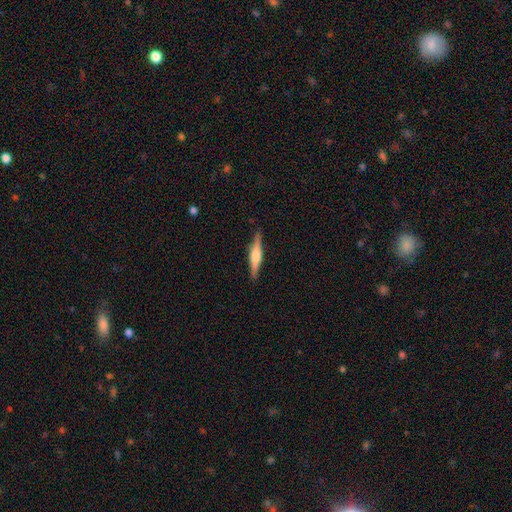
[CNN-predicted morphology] Smooth or featured: featured or disk — 62% (smooth — 32%)
Edge-on disk: yes — 97% (no — 3%)
Edge-on bulge: rounded — 69% (boxy — 25%)
Merging: none — 89% (minor disturbance — 8%)